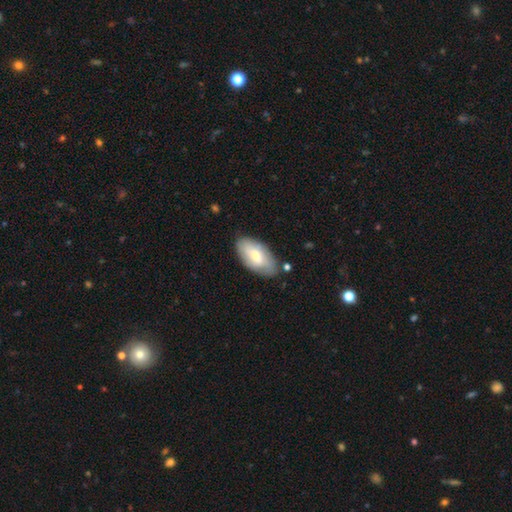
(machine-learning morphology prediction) Smooth or featured: smooth — 67% (featured or disk — 28%)
How rounded: in between — 93% (cigar-shaped — 5%)
Merging: none — 75% (minor disturbance — 18%)